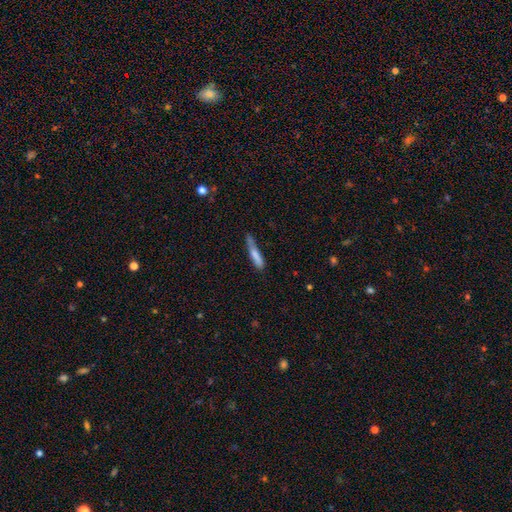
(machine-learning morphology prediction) The model was most divided on "merging": none: 56%, minor disturbance: 31%, major disturbance: 9%, merger: 4%. More confident: how rounded — cigar-shaped (88%); smooth or featured — smooth (74%).